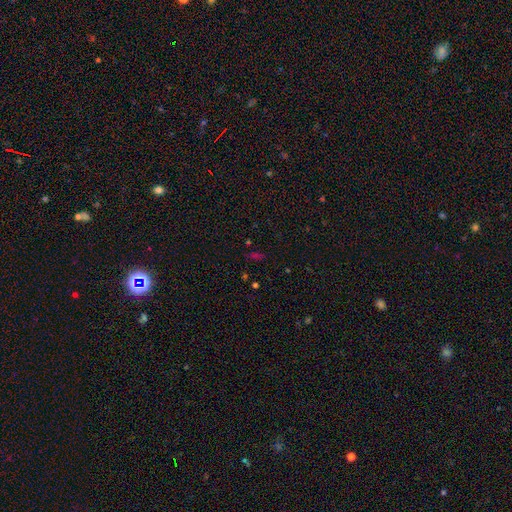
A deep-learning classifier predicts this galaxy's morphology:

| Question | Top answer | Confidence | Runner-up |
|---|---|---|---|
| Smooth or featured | smooth | 45% | star or artifact (44%) |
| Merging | none | 74% | minor disturbance (14%) |